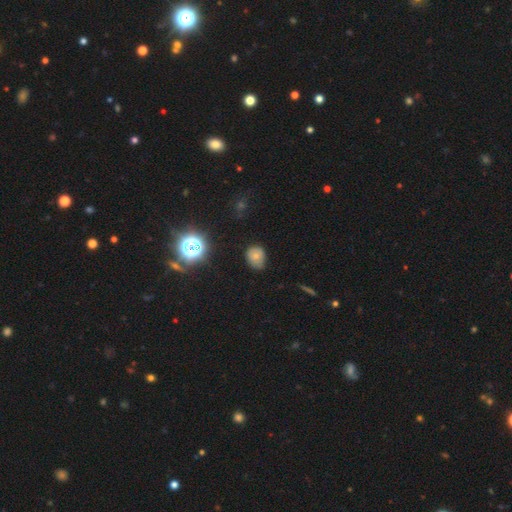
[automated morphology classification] This appears to be a smooth galaxy with no disk features (67%) that is round (56%). Merging: none (60%).